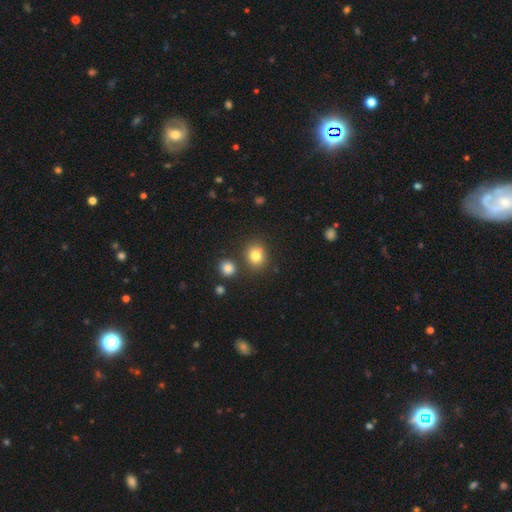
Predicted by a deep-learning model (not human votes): Smooth or featured?
  - smooth: 78% *
  - star or artifact: 13%
  - featured or disk: 9%
How rounded?
  - round: 68% *
  - in between: 31%
  - cigar-shaped: 1%
Merging?
  - none: 73% *
  - merger: 12%
  - minor disturbance: 11%
  - major disturbance: 3%